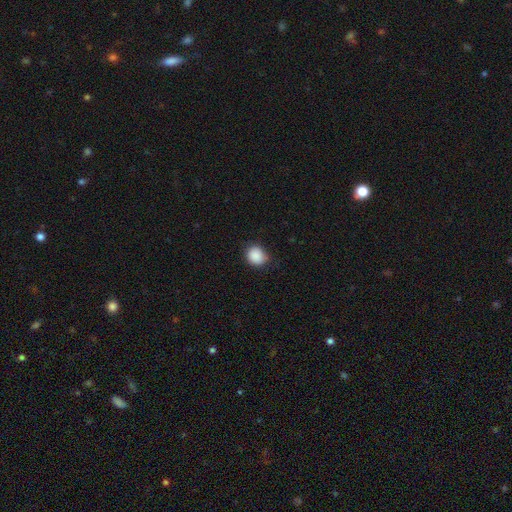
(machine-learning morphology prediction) This appears to be a smooth galaxy with no disk features (88%) that is round (73%). Merging: none (78%).